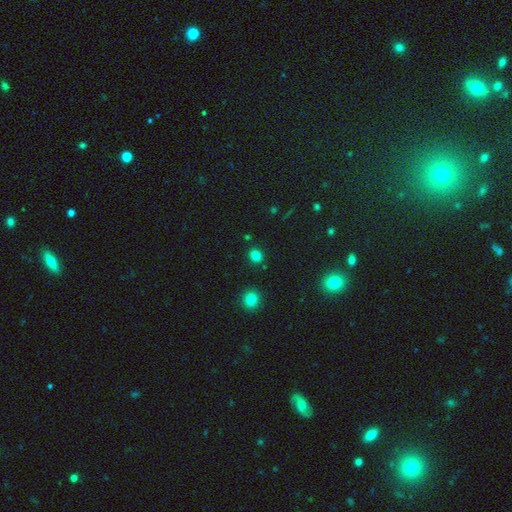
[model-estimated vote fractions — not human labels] smooth_or_featured: smooth (p=0.80) [alt: star or artifact p=0.14]
how_rounded: round (p=0.76) [alt: in between p=0.23]
merging: none (p=0.85) [alt: minor disturbance p=0.08]